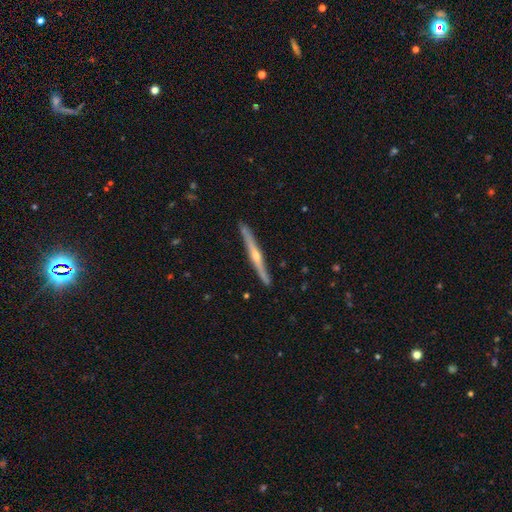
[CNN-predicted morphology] featured or disk 78%, smooth 17%, star or artifact 5%. Down the decision tree: edge-on disk — yes (98%); edge-on bulge — rounded (86%); merging — none (91%).